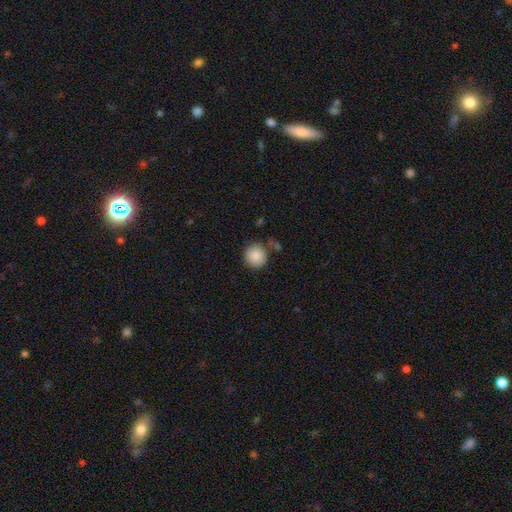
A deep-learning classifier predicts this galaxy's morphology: smooth 88%, star or artifact 8%, featured or disk 5%. Down the decision tree: how rounded — round (92%); merging — none (76%).